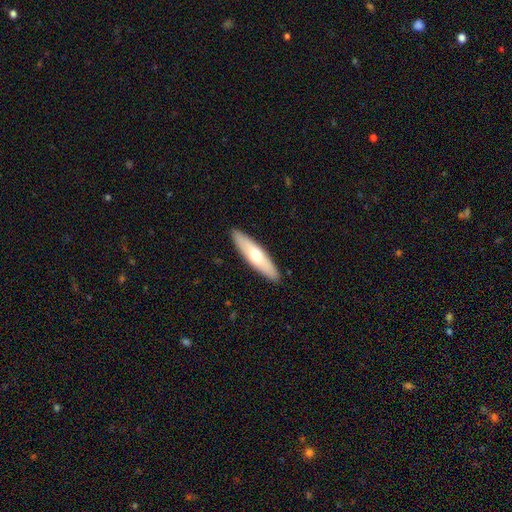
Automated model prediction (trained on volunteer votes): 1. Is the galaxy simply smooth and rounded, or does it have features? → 56% smooth, 39% featured or disk, 5% star or artifact.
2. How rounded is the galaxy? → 70% cigar-shaped, 28% in between, 2% round.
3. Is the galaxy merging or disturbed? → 91% none, 7% minor disturbance, 1% major disturbance, 1% merger.